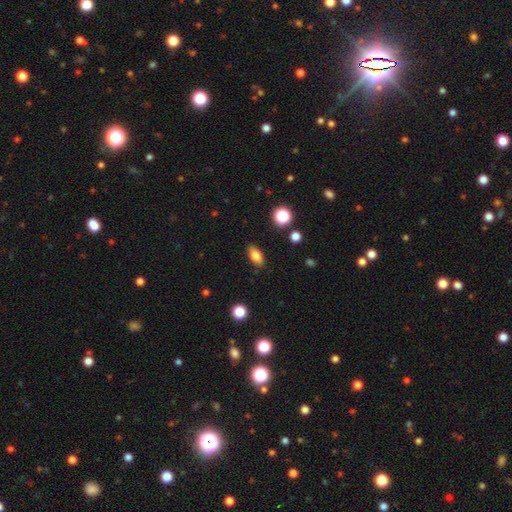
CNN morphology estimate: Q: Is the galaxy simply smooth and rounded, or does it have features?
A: smooth — 81%.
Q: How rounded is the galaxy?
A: in between — 86%.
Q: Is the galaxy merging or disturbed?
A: none — 86%.